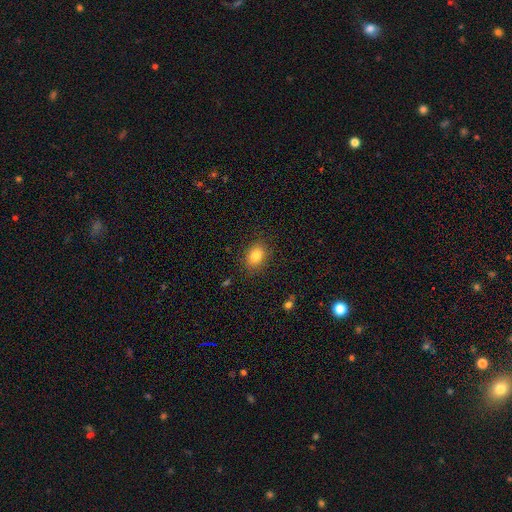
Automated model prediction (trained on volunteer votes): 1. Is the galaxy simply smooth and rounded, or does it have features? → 82% smooth, 10% star or artifact, 8% featured or disk.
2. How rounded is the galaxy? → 65% in between, 34% round, 1% cigar-shaped.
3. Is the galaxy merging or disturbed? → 86% none, 10% minor disturbance, 3% major disturbance, 1% merger.